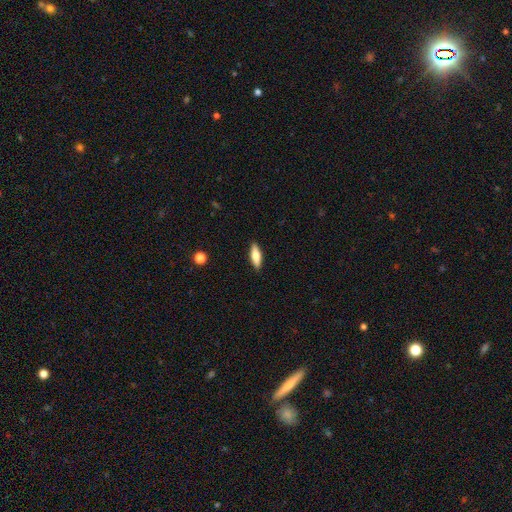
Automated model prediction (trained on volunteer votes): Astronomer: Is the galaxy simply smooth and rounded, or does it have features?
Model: smooth — 66%.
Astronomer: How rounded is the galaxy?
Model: in between — 54% (runner-up: cigar-shaped, 44%).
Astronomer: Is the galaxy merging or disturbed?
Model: none — 89%.